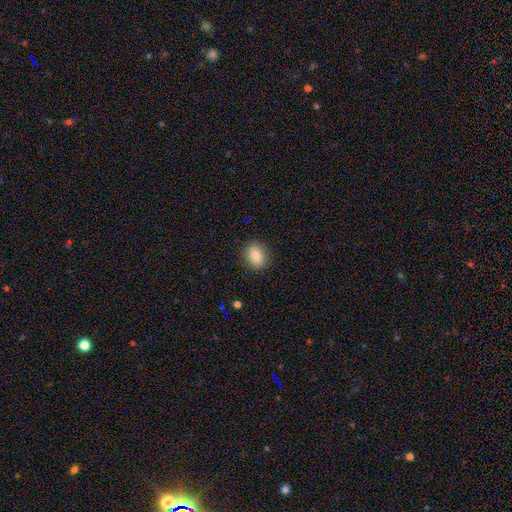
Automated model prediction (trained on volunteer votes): Morphology: type=smooth (81%); roundness=round (54%); merging=none (89%).